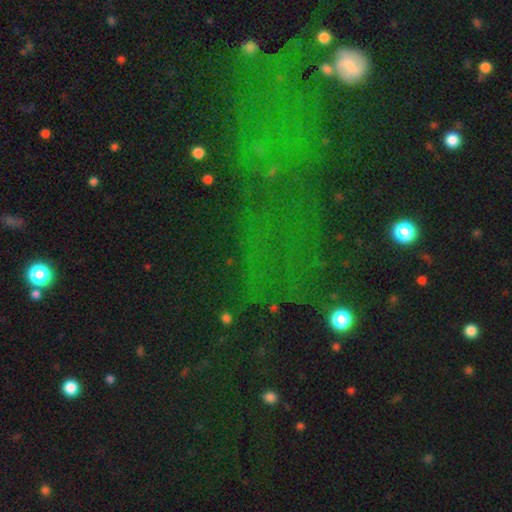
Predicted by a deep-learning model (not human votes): Morphology: type=star or artifact (60%).